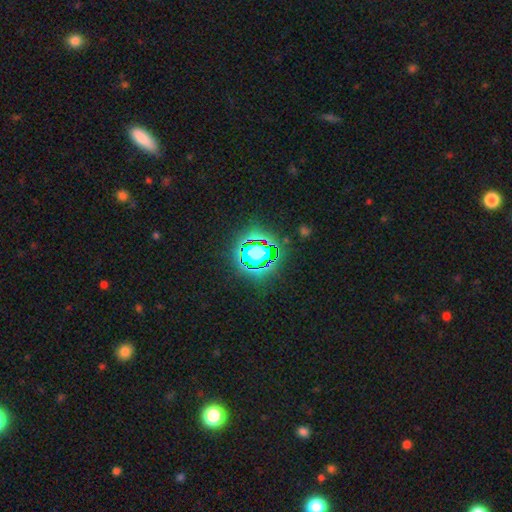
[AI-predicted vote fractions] Morphology: type=star or artifact (80%).